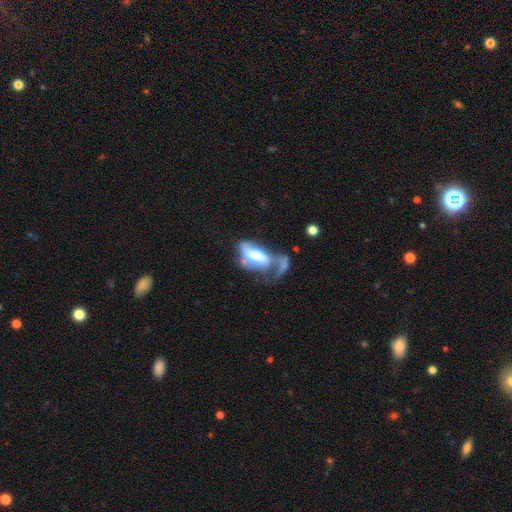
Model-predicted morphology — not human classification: Smooth or featured: smooth — 48% (featured or disk — 44%)
Merging: merger — 37% (tied with major disturbance — 37%)